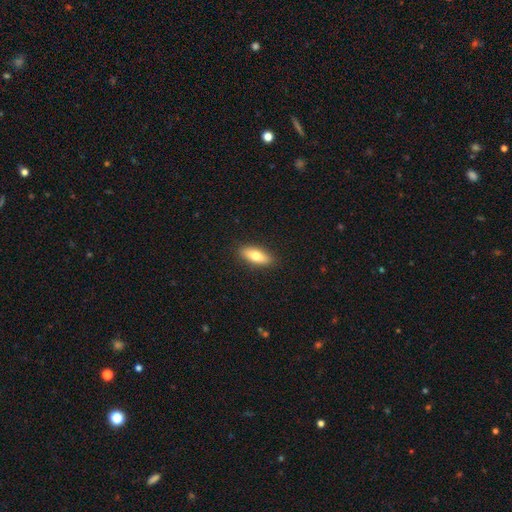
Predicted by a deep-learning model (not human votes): Smooth or featured?
  - smooth: 72% *
  - featured or disk: 22%
  - star or artifact: 6%
How rounded?
  - in between: 69% *
  - cigar-shaped: 28%
  - round: 3%
Merging?
  - none: 89% *
  - minor disturbance: 8%
  - major disturbance: 2%
  - merger: 1%